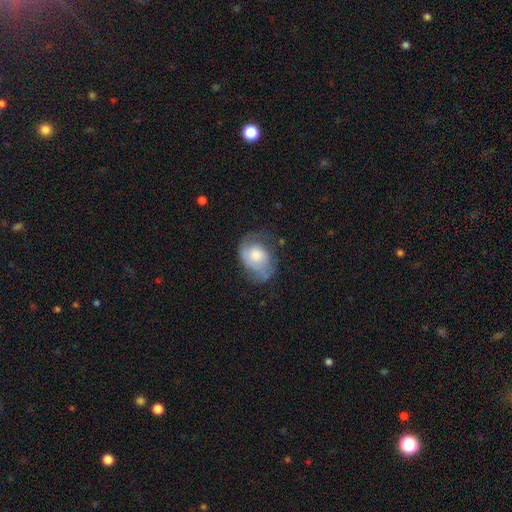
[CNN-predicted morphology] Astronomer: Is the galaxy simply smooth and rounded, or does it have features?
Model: featured or disk — 47% (runner-up: smooth, 46%).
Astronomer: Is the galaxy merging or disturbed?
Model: none — 42% (runner-up: minor disturbance, 33%).